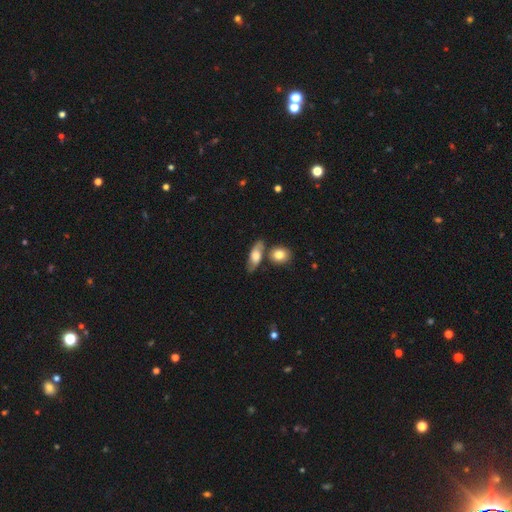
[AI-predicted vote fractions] Q: Smooth or featured?
A: smooth (60%); runner-up: featured or disk (33%)
Q: How rounded?
A: in between (71%); runner-up: cigar-shaped (21%)
Q: Merging?
A: none (66%); runner-up: minor disturbance (15%)